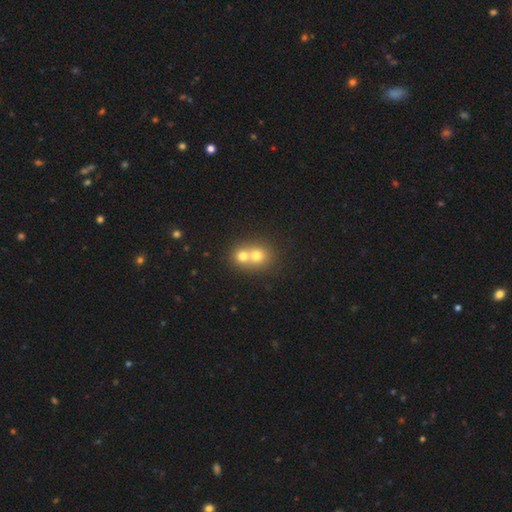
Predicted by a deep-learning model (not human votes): Morphology: type=smooth (71%); roundness=round (78%); merging=merger (66%).